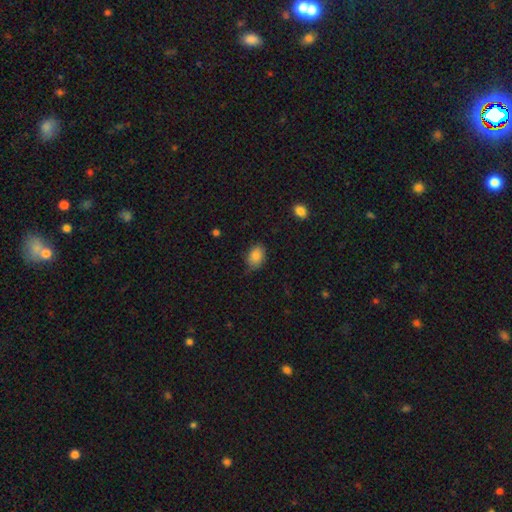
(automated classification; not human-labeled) smooth_or_featured: smooth (p=0.86) [alt: star or artifact p=0.08]
how_rounded: in between (p=0.81) [alt: round p=0.18]
merging: none (p=0.76) [alt: minor disturbance p=0.19]